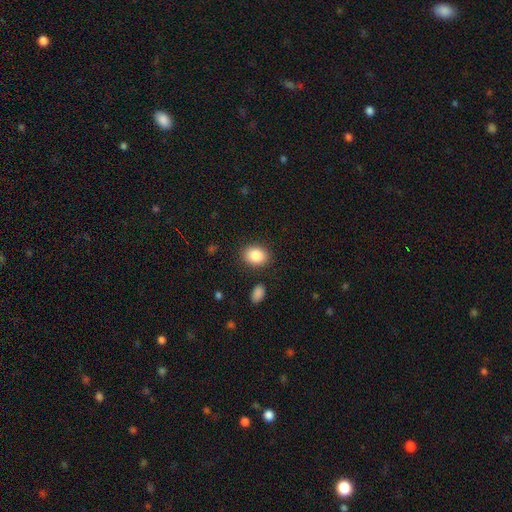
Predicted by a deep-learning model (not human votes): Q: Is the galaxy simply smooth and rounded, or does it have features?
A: smooth — 86%.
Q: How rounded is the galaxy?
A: in between — 65%.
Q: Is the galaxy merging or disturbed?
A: none — 86%.